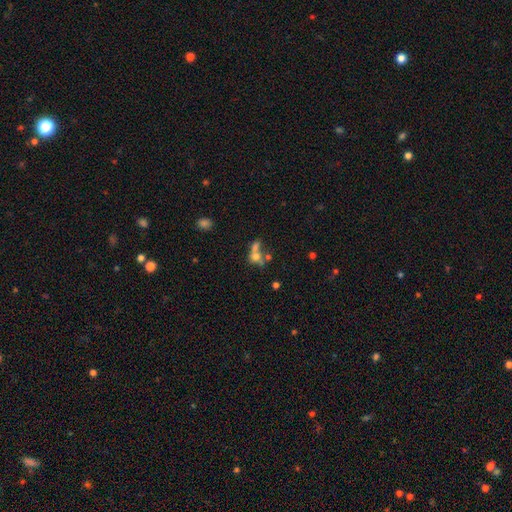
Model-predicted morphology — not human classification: The model was most divided on "how rounded": round: 54%, in between: 41%, cigar-shaped: 6%. More confident: smooth or featured — smooth (59%); merging — merger (54%).